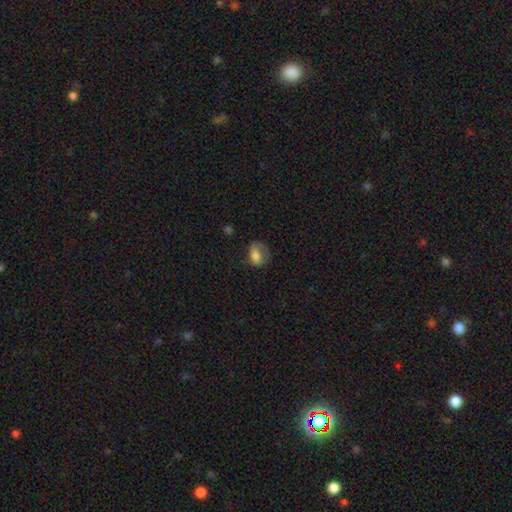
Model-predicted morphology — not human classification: smooth-or-featured: smooth: 75% | featured or disk: 16% | star or artifact: 9%
  how-rounded: in between: 71% | round: 28% | cigar-shaped: 1%
  merging: none: 42% | minor disturbance: 30% | major disturbance: 26% | merger: 2%